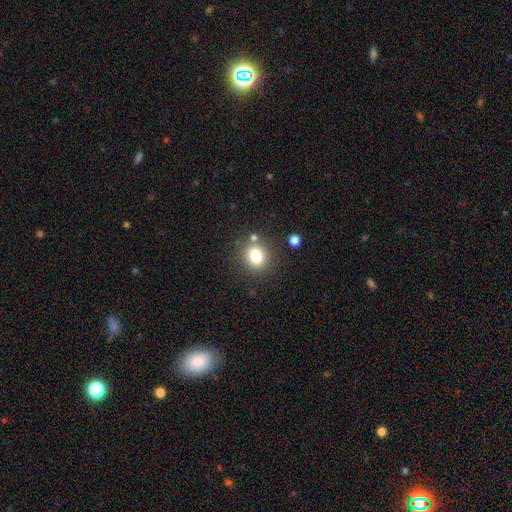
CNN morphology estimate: smooth 79%, star or artifact 12%, featured or disk 9%. Down the decision tree: how rounded — round (60%); merging — none (78%).